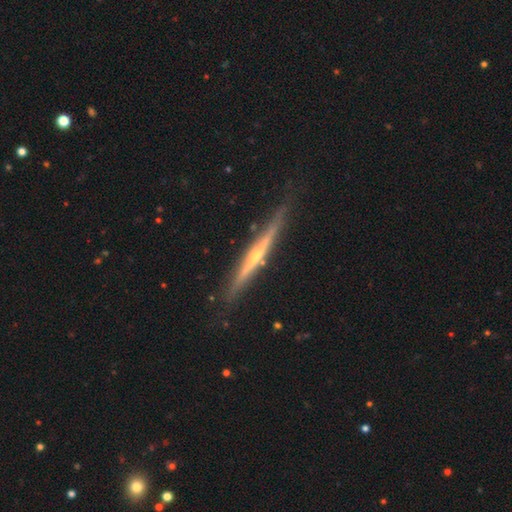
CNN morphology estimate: This is likely a featured or disk galaxy (79%). It is clearly viewed edge-on (97%). Edge-on bulge: likely rounded (66%). Merging: clearly none (84%).